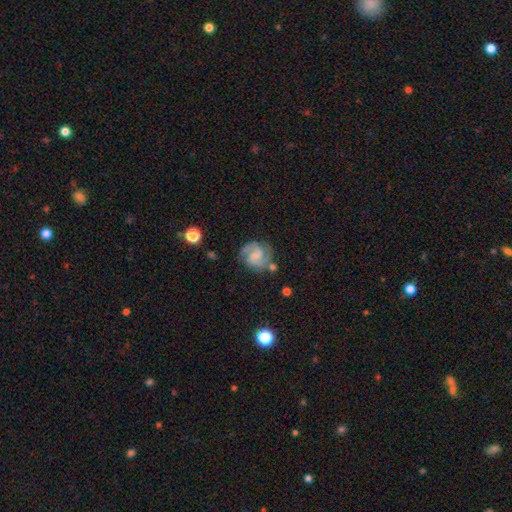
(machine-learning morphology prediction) A featured or disk galaxy (80%) with a weak bar (48%), 2 (81%) medium (51%) spiral arms (96%) and a small central bulge (45%).

Vote fractions:
- Smooth or featured? featured or disk: 80% / smooth: 13% / star or artifact: 7%
- Edge-on disk? no: 98% / yes: 2%
- Bar? weak: 48% / no: 40% / strong: 12%
- Spiral arms? yes: 96% / no: 4%
- Spiral winding? medium: 51% / tight: 36% / loose: 13%
- Spiral arm count? 2: 81% / 3: 7% / can't tell: 7% / 1: 2% / 4: 2% / more than 4: 1%
- Bulge size? small: 45% / none: 32% / moderate: 19% / large: 3% / dominant: 1%
- Merging? none: 68% / minor disturbance: 18% / major disturbance: 8% / merger: 6%